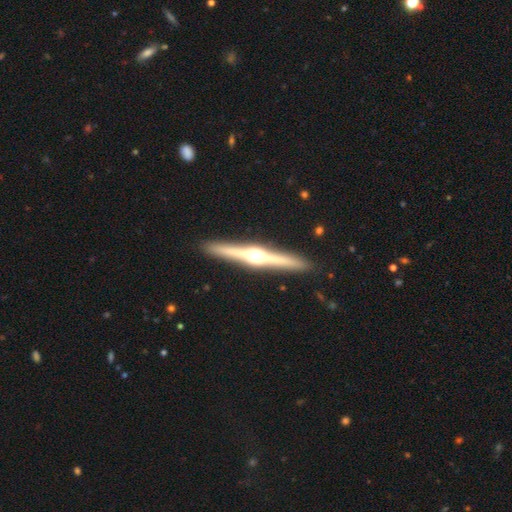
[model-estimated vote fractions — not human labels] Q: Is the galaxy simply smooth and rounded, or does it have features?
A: featured or disk — 83%.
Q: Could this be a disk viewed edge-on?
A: yes — 99%.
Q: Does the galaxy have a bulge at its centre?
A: rounded — 94%.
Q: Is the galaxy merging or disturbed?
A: none — 92%.